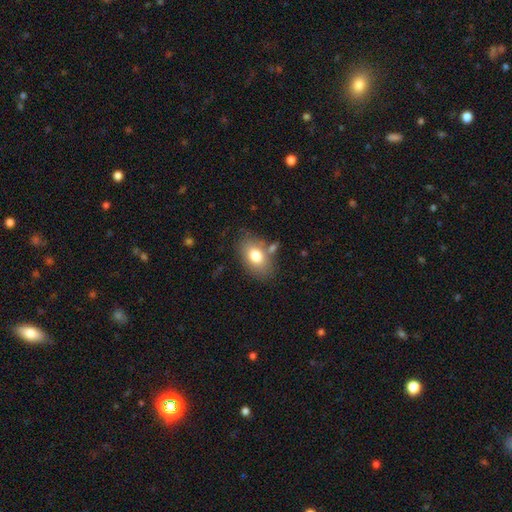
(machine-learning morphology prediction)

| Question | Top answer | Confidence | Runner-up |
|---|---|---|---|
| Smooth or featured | smooth | 76% | featured or disk (15%) |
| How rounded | in between | 87% | round (12%) |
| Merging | none | 72% | minor disturbance (15%) |